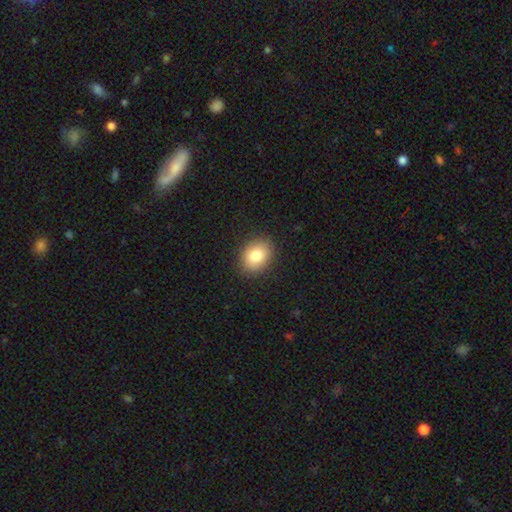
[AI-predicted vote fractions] The model was most divided on "how rounded": in between: 60%, round: 39%, cigar-shaped: 1%. More confident: merging — none (88%); smooth or featured — smooth (84%).